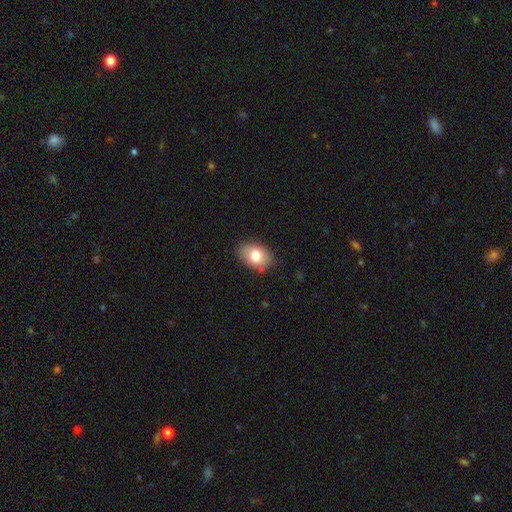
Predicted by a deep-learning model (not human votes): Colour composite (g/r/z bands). It shows a smooth galaxy with no disk features (77%) that is in between round and cigar-shaped (80%). Merging: none (82%).